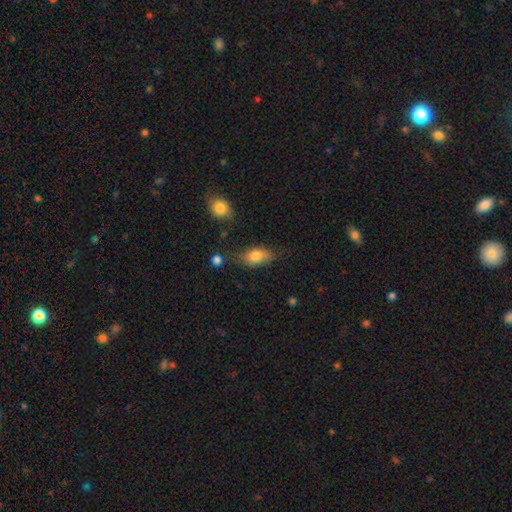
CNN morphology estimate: Overall: smooth (79%). How rounded: in between (89%). Merging: none (70%).